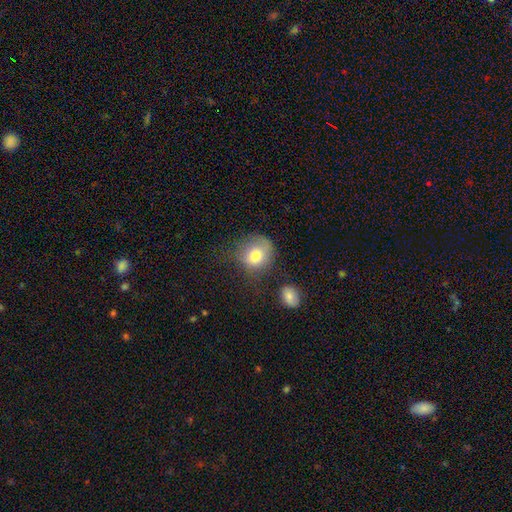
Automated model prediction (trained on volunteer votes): smooth-or-featured: smooth: 79% | featured or disk: 12% | star or artifact: 9%
  how-rounded: round: 79% | in between: 20% | cigar-shaped: 1%
  merging: none: 53% | minor disturbance: 26% | major disturbance: 15% | merger: 6%